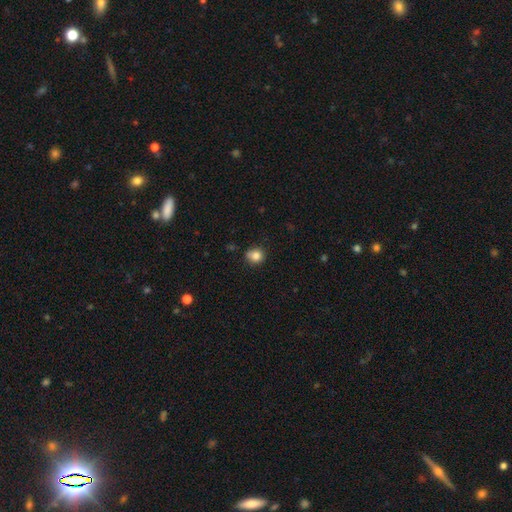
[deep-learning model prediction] Smooth or featured? smooth (82%)
How rounded? round (85%)
Merging? none (72%)